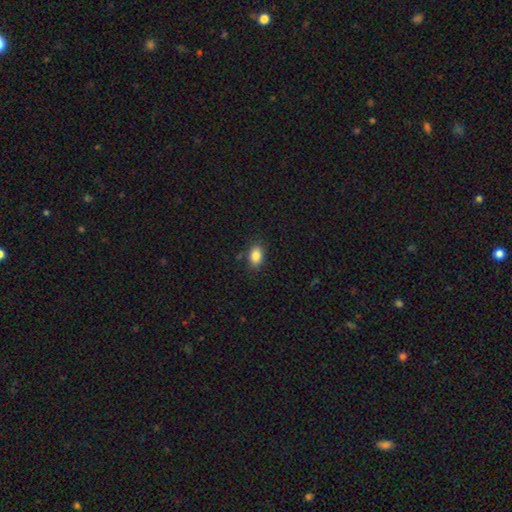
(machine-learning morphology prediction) smooth-or-featured: smooth: 85% | star or artifact: 9% | featured or disk: 6%
  how-rounded: in between: 84% | round: 15% | cigar-shaped: 2%
  merging: none: 84% | minor disturbance: 11% | major disturbance: 3% | merger: 2%